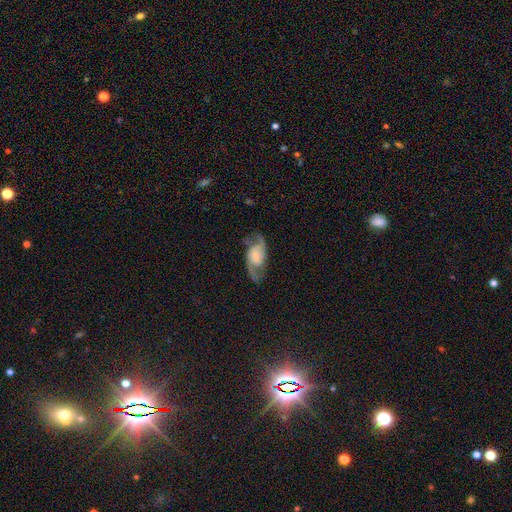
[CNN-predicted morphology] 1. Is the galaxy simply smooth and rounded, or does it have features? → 79% featured or disk, 14% smooth, 6% star or artifact.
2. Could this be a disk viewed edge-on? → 95% no, 5% yes.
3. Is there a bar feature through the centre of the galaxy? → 57% no, 32% weak, 11% strong.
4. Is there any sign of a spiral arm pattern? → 94% yes, 6% no.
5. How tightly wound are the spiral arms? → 44% medium, 43% loose, 13% tight.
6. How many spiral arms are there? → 92% 2, 3% can't tell, 2% 1, 1% 3, 1% 4, 1% more than 4.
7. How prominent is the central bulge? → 26% large, 25% none, 23% small, 18% moderate, 7% dominant.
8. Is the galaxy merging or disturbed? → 70% none, 17% minor disturbance, 11% major disturbance, 2% merger.